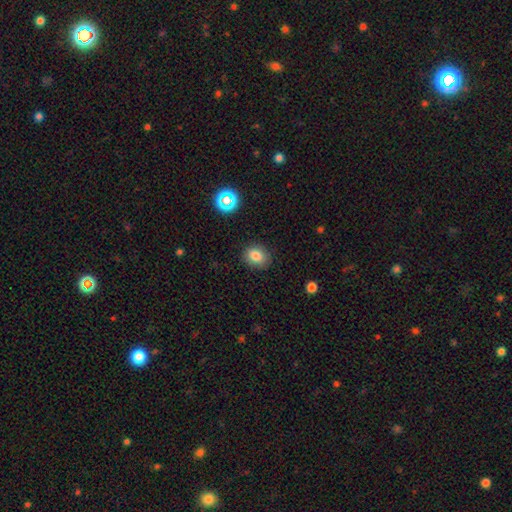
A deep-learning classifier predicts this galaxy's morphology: Smooth or featured? Predicted: smooth (p=0.80). How rounded? Predicted: round (p=0.61). Merging? Predicted: none (p=0.87).